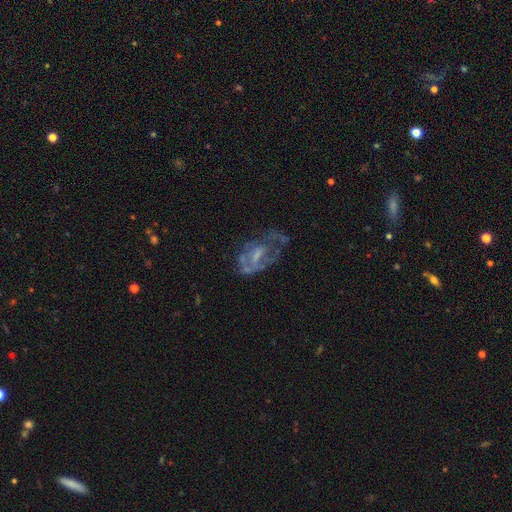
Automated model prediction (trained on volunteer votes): Smooth or featured: featured or disk — 68% (smooth — 21%)
Edge-on disk: no — 96% (yes — 4%)
Bar: no — 55% (weak — 36%)
Spiral arms: no — 57% (yes — 43%)
Bulge size: small — 36% (none — 35%)
Merging: major disturbance — 38% (none — 34%)